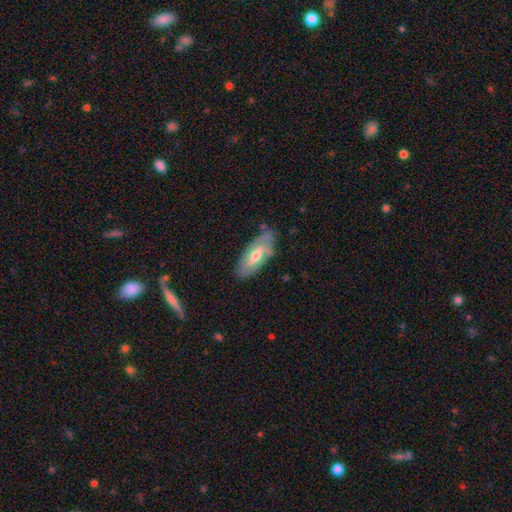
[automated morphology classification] type=featured or disk (51%); edge-on=no (78%); merging=none (64%).